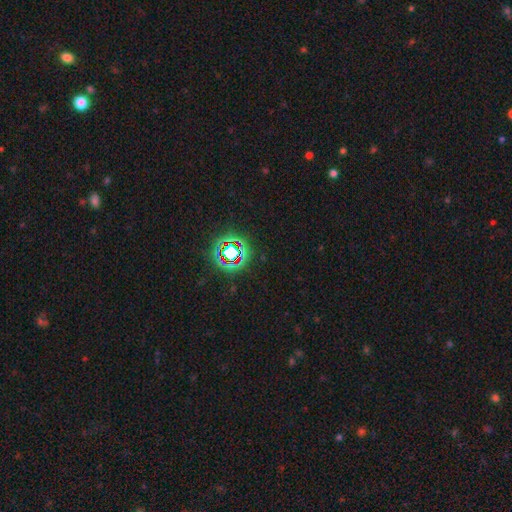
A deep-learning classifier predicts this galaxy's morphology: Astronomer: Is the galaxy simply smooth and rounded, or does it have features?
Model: star or artifact — 76%.